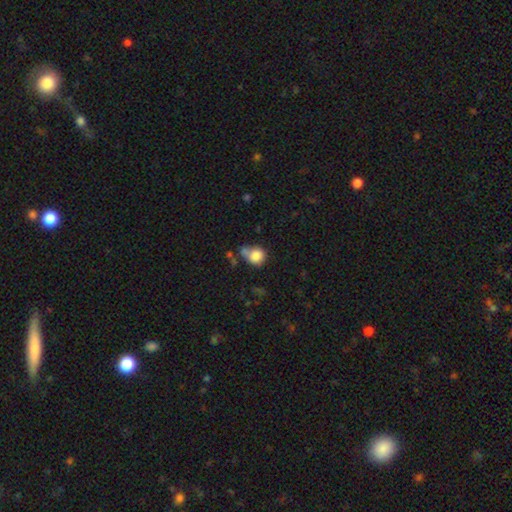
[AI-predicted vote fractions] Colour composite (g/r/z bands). It shows a smooth galaxy with no disk features (82%) that is round (74%). Merging: none (41%).